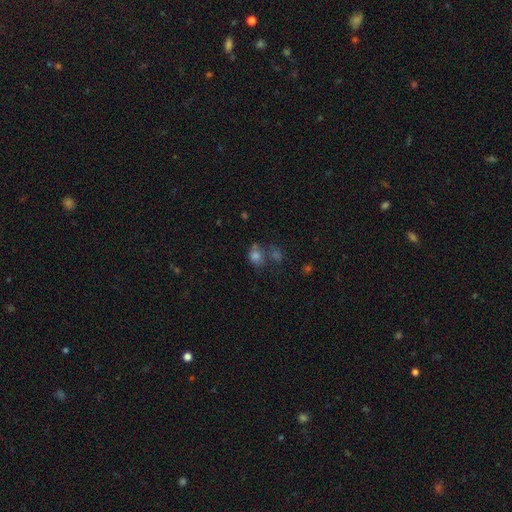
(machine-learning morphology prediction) smooth_or_featured: smooth (p=0.72) [alt: star or artifact p=0.16]
how_rounded: round (p=0.58) [alt: in between p=0.40]
merging: none (p=0.41) [alt: merger p=0.31]